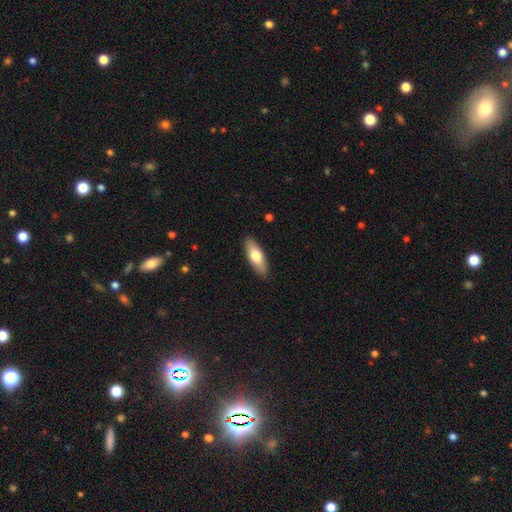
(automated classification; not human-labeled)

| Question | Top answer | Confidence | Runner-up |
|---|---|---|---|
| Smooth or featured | smooth | 70% | featured or disk (25%) |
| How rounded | in between | 65% | cigar-shaped (33%) |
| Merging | none | 89% | minor disturbance (8%) |